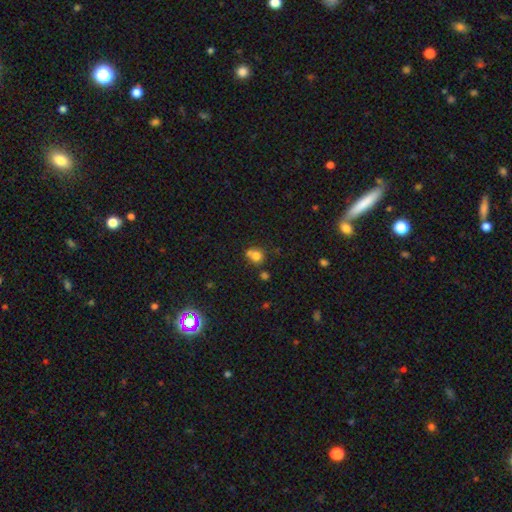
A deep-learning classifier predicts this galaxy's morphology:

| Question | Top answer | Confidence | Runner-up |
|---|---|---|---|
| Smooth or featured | smooth | 75% | star or artifact (13%) |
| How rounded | round | 80% | in between (19%) |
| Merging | none | 47% | merger (37%) |